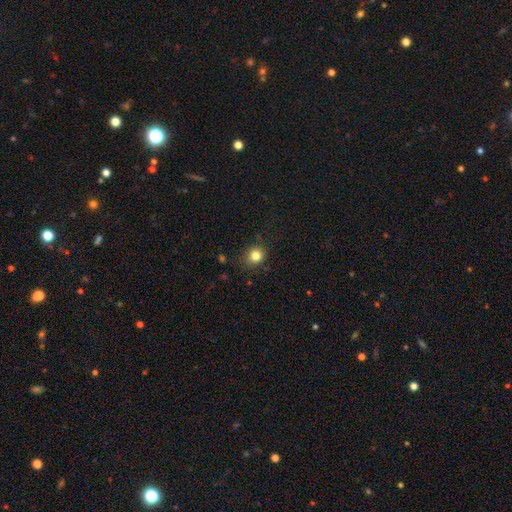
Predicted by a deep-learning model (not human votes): This appears to be a smooth galaxy with no disk features (82%) that is round (81%). Merging: none (84%).